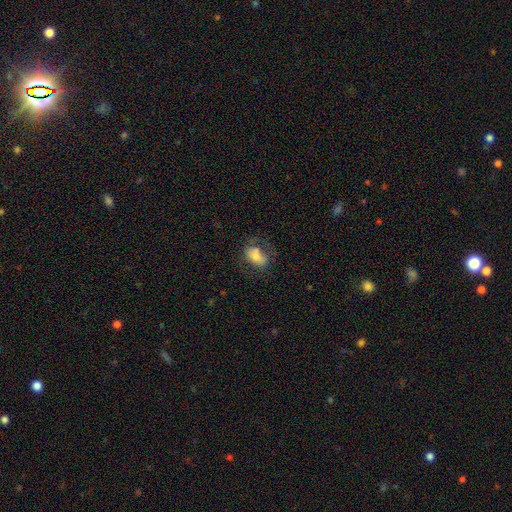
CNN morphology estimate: Q: Smooth or featured?
A: smooth (71%); runner-up: featured or disk (21%)
Q: How rounded?
A: in between (88%); runner-up: round (9%)
Q: Merging?
A: none (58%); runner-up: minor disturbance (23%)